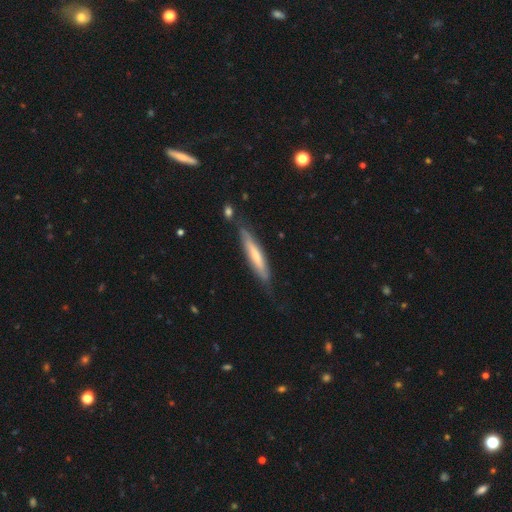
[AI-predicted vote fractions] Q: Smooth or featured?
A: smooth (54%); runner-up: featured or disk (40%)
Q: How rounded?
A: cigar-shaped (89%); runner-up: in between (10%)
Q: Merging?
A: none (70%); runner-up: minor disturbance (21%)